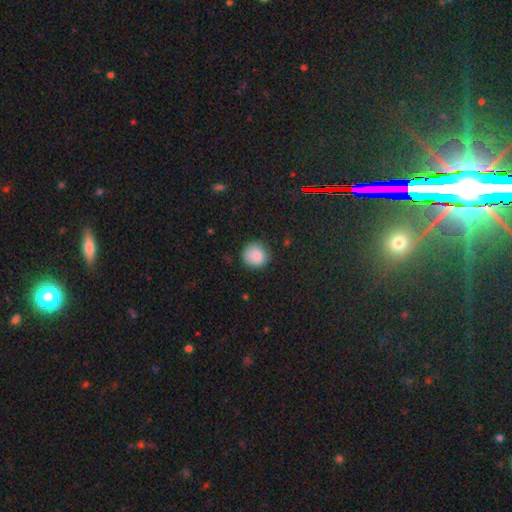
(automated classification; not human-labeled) Smooth or featured: smooth — 87% (star or artifact — 9%)
How rounded: round — 91% (in between — 8%)
Merging: none — 85% (minor disturbance — 11%)